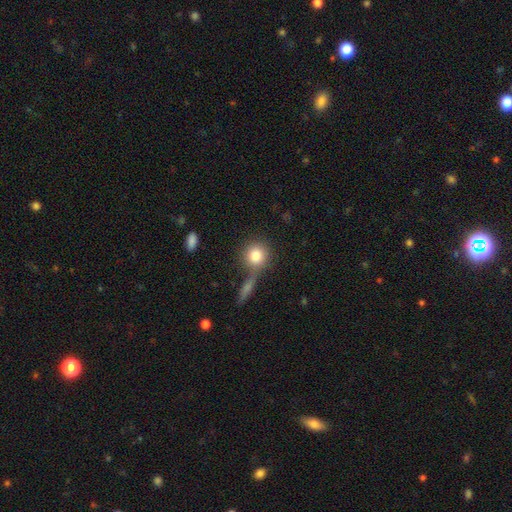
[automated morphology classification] This is clearly a smooth galaxy (81%). How rounded: clearly round (89%). Merging: likely none (62%).